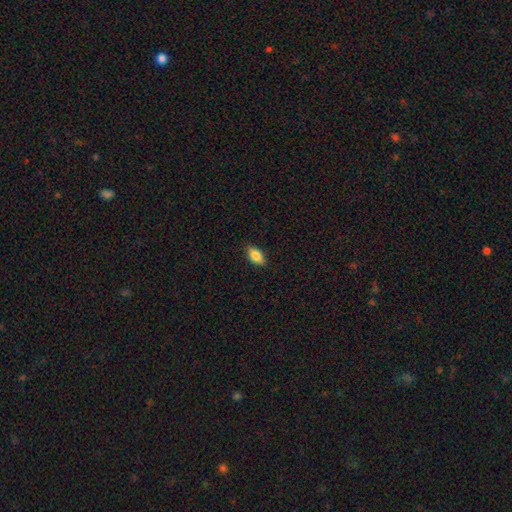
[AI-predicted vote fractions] Smooth or featured: smooth — 84% (featured or disk — 8%)
How rounded: in between — 90% (round — 5%)
Merging: none — 86% (minor disturbance — 11%)